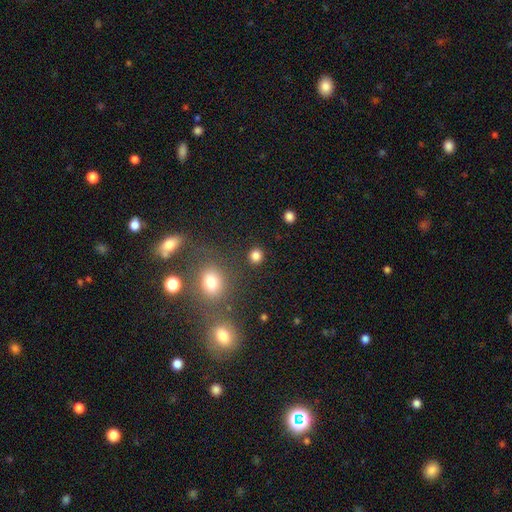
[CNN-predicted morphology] type=smooth (83%); roundness=round (87%); merging=none (88%).